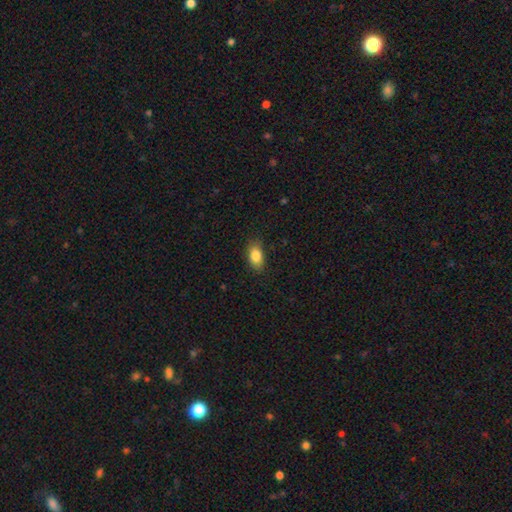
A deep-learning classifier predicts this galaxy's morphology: Q: Smooth or featured?
A: smooth (85%); runner-up: star or artifact (8%)
Q: How rounded?
A: in between (88%); runner-up: round (8%)
Q: Merging?
A: none (84%); runner-up: minor disturbance (13%)